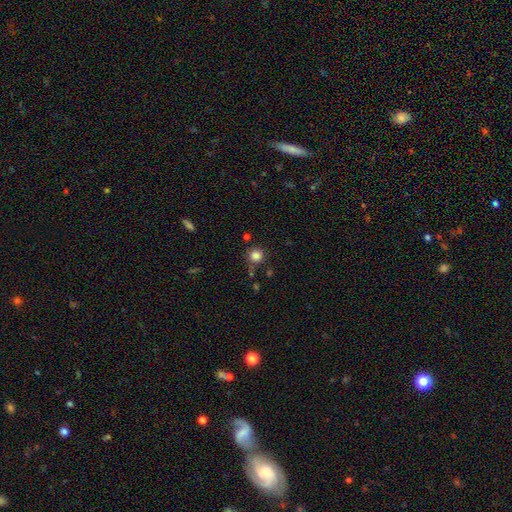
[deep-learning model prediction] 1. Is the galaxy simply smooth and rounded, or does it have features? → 83% smooth, 12% star or artifact, 5% featured or disk.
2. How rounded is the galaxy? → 93% round, 6% in between, 1% cigar-shaped.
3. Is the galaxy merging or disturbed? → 78% none, 12% minor disturbance, 7% merger, 4% major disturbance.